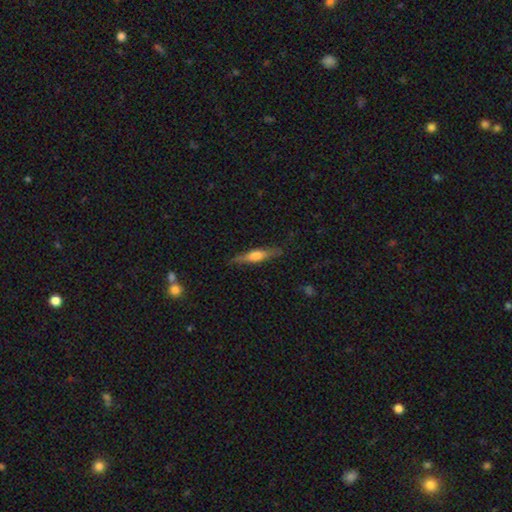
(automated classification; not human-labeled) Smooth or featured?
  - featured or disk: 55% *
  - smooth: 38%
  - star or artifact: 6%
Edge-on disk?
  - yes: 95% *
  - no: 5%
Edge-on bulge?
  - rounded: 79% *
  - boxy: 15%
  - none: 6%
Merging?
  - none: 85% *
  - minor disturbance: 11%
  - major disturbance: 3%
  - merger: 1%